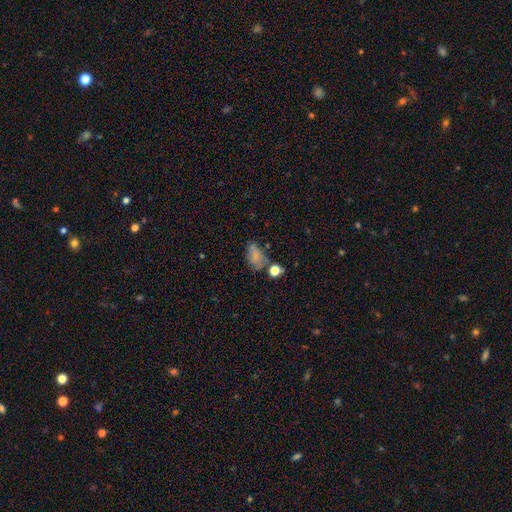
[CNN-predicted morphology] Smooth or featured: smooth — 65% (featured or disk — 19%)
How rounded: in between — 82% (round — 16%)
Merging: none — 43% (minor disturbance — 25%)